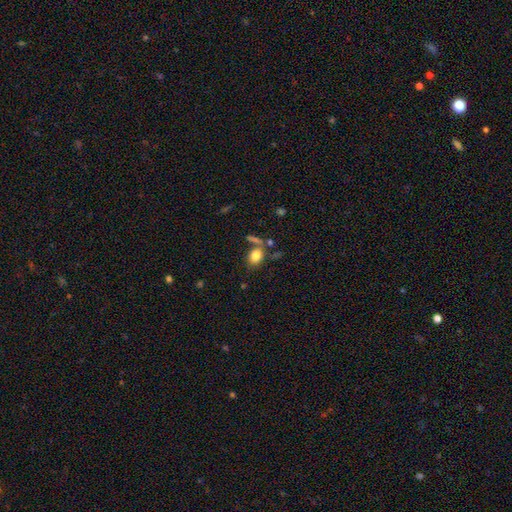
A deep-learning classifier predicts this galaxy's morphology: smooth_or_featured: smooth (p=0.80) [alt: star or artifact p=0.10]
how_rounded: in between (p=0.65) [alt: round p=0.34]
merging: none (p=0.59) [alt: merger p=0.17]